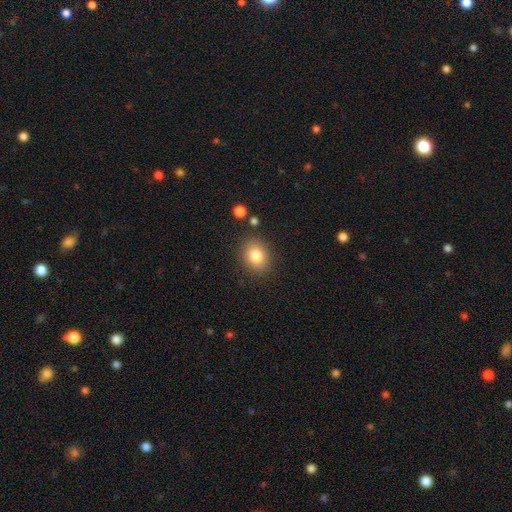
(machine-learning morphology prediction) type=smooth (82%); roundness=in between (53%); merging=none (85%).